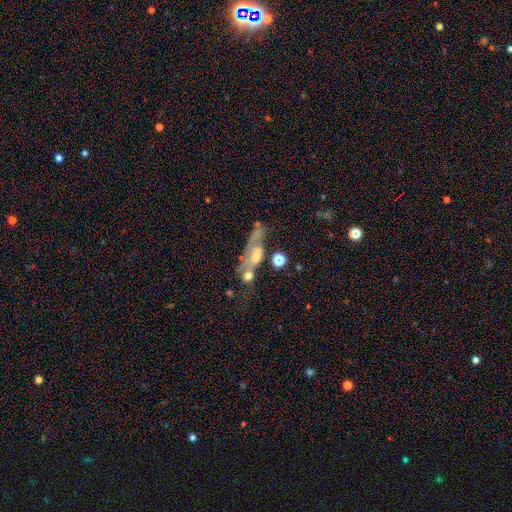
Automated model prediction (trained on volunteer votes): featured or disk 50%, smooth 35%, star or artifact 15%. Down the decision tree: merging — none (36%).